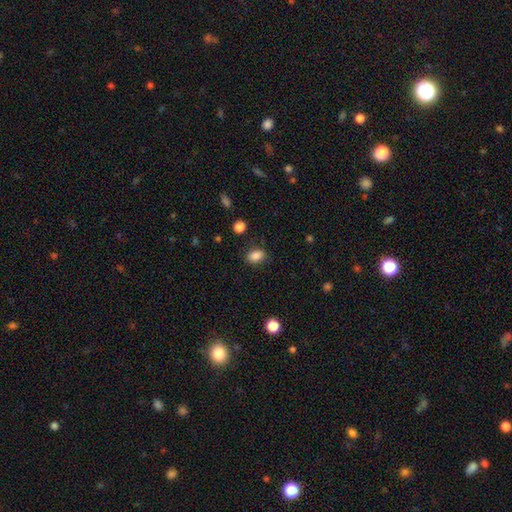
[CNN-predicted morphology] smooth 86%, star or artifact 9%, featured or disk 5%. Down the decision tree: how rounded — in between (73%); merging — none (82%).